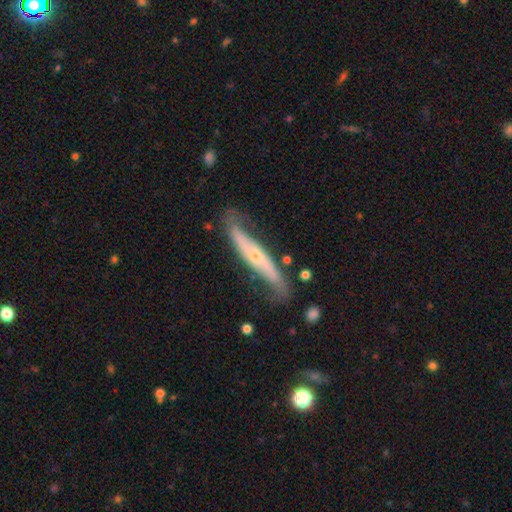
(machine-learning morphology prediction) Smooth or featured? featured or disk (72%)
Edge-on disk? no (51%)
Merging? none (63%)